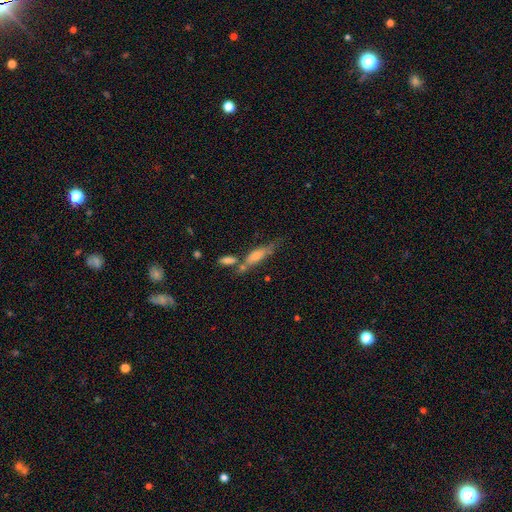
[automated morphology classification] A smooth galaxy with no disk features (47%). Merging: none (42%).